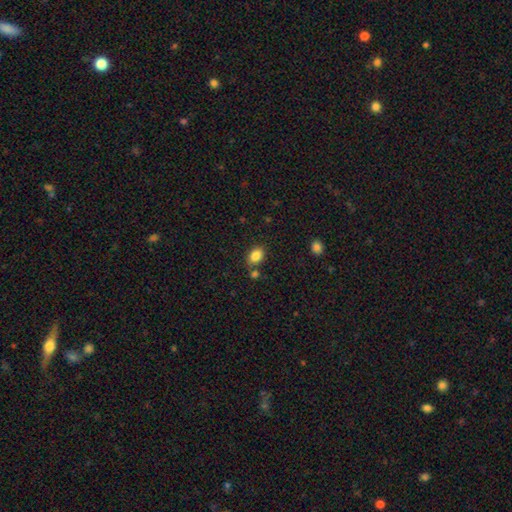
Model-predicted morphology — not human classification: smooth-or-featured: smooth: 86% | star or artifact: 9% | featured or disk: 5%
  how-rounded: in between: 77% | round: 22% | cigar-shaped: 1%
  merging: none: 75% | minor disturbance: 11% | merger: 10% | major disturbance: 3%